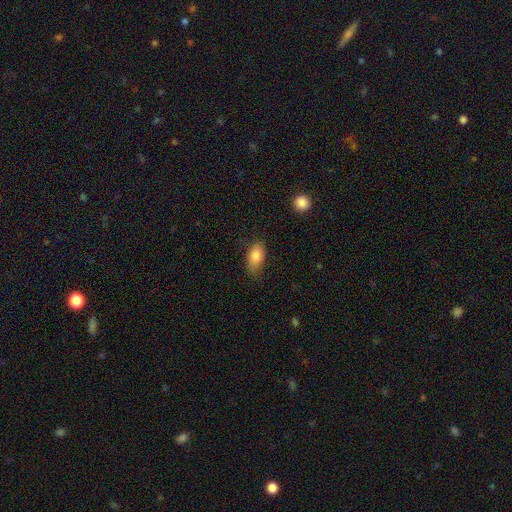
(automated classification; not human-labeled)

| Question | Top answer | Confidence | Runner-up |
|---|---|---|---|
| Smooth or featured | smooth | 84% | featured or disk (9%) |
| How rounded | in between | 90% | round (5%) |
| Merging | none | 67% | minor disturbance (24%) |